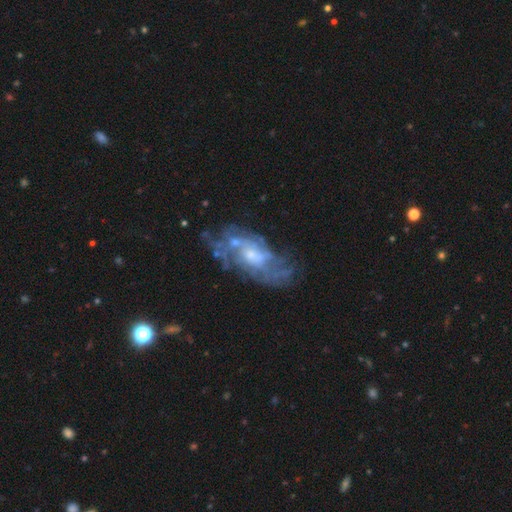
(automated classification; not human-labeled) Smooth or featured? Predicted: featured or disk (p=0.76). Edge-on disk? Predicted: no (p=0.92). Bar? Predicted: no (p=0.67). Spiral arms? Predicted: yes (p=0.73). Spiral winding? Predicted: tight (p=0.39, tied with medium). Spiral arm count? Predicted: can't tell (p=0.56). Bulge size? Predicted: small (p=0.55). Merging? Predicted: none (p=0.62).